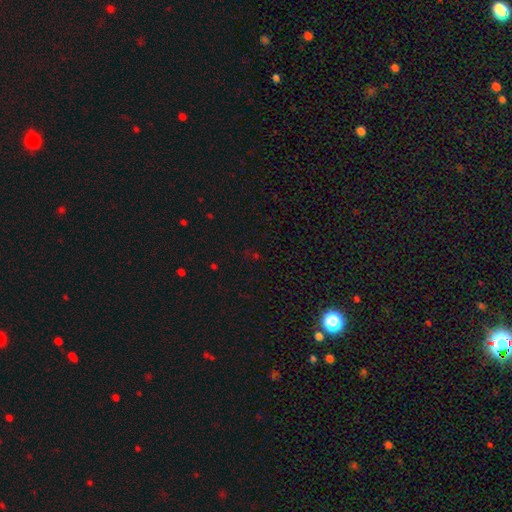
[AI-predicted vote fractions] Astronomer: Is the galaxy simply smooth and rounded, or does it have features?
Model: star or artifact — 65%.